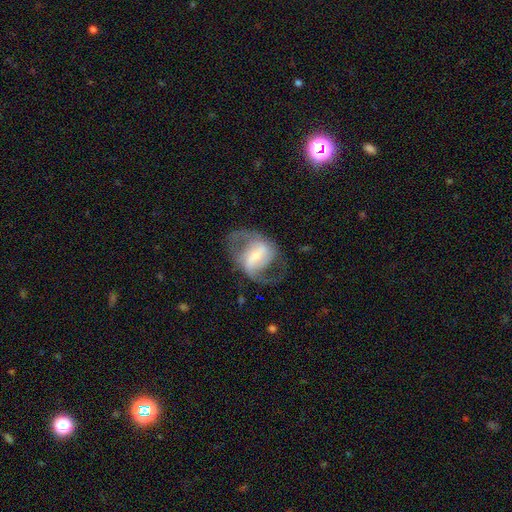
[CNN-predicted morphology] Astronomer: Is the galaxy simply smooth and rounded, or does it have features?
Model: featured or disk — 80%.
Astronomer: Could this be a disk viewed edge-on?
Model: no — 97%.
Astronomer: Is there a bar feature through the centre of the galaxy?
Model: strong — 52% (runner-up: weak, 36%).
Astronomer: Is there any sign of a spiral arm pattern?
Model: yes — 90%.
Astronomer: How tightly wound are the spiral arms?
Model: medium — 49% (runner-up: loose, 39%).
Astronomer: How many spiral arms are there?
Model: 2 — 88%.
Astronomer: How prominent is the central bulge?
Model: small — 37% (runner-up: moderate, 28%).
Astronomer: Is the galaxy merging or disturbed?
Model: none — 61%.